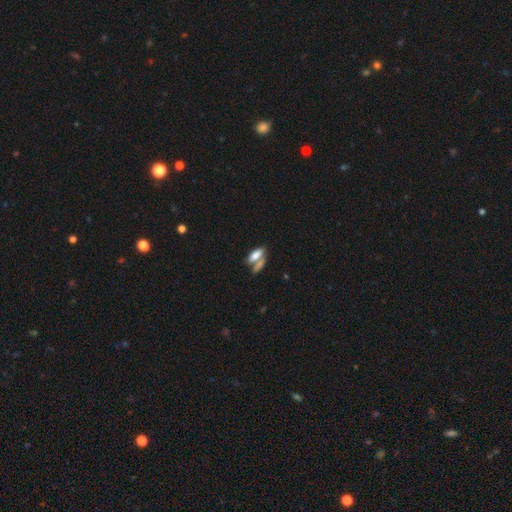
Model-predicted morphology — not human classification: smooth-or-featured: smooth: 73% | featured or disk: 18% | star or artifact: 9%
  how-rounded: in between: 73% | cigar-shaped: 23% | round: 4%
  merging: merger: 49% | none: 36% | minor disturbance: 10% | major disturbance: 5%